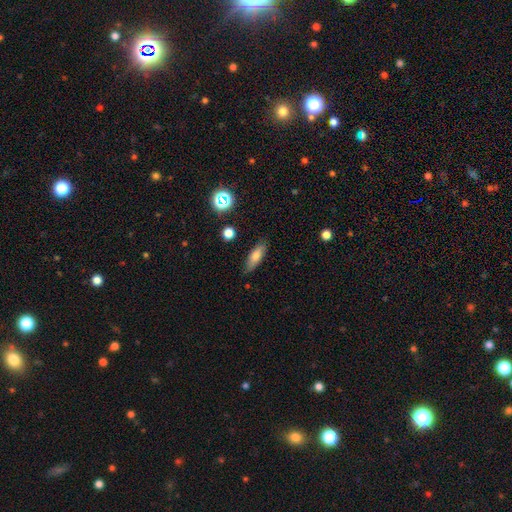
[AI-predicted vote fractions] Smooth or featured? Predicted: smooth (p=0.74). How rounded? Predicted: in between (p=0.61). Merging? Predicted: none (p=0.81).